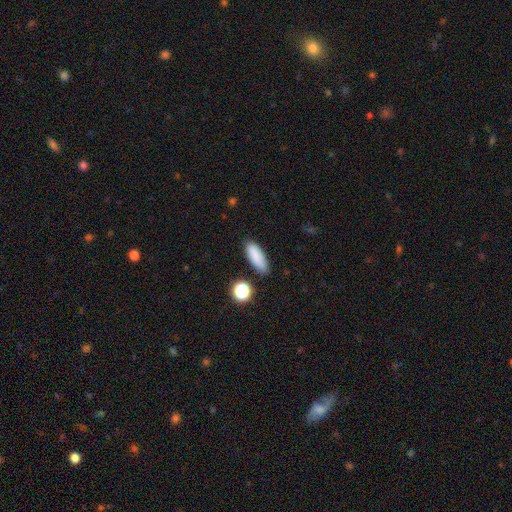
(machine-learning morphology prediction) Smooth or featured? smooth (85%)
How rounded? in between (66%)
Merging? none (83%)